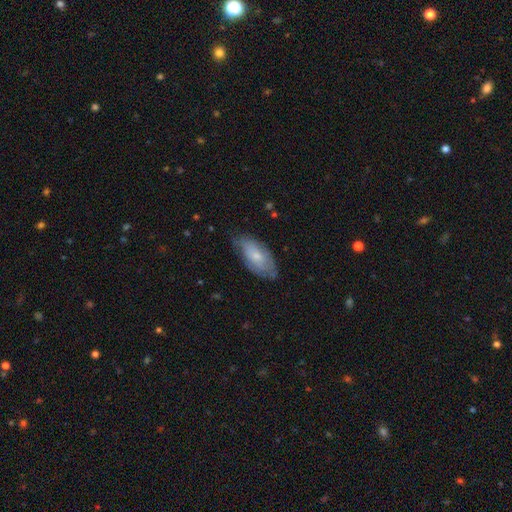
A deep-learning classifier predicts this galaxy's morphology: type=smooth (63%); roundness=in between (89%); merging=none (61%).